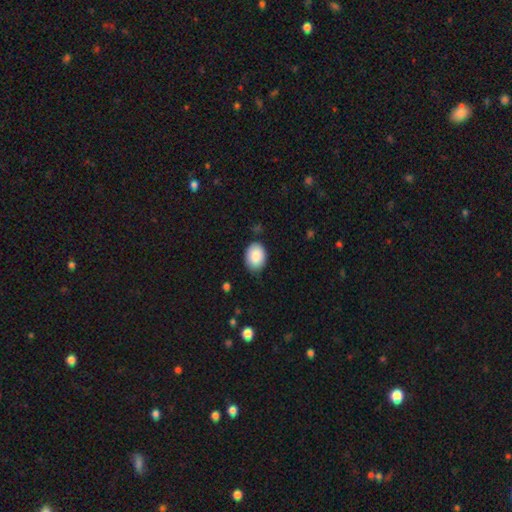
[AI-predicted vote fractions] A smooth galaxy with no disk features (89%) that is in between round and cigar-shaped (72%).

Vote fractions:
- Smooth or featured? smooth: 89% / star or artifact: 7% / featured or disk: 4%
- How rounded? in between: 72% / round: 27% / cigar-shaped: 1%
- Merging? none: 79% / minor disturbance: 17% / major disturbance: 3% / merger: 1%